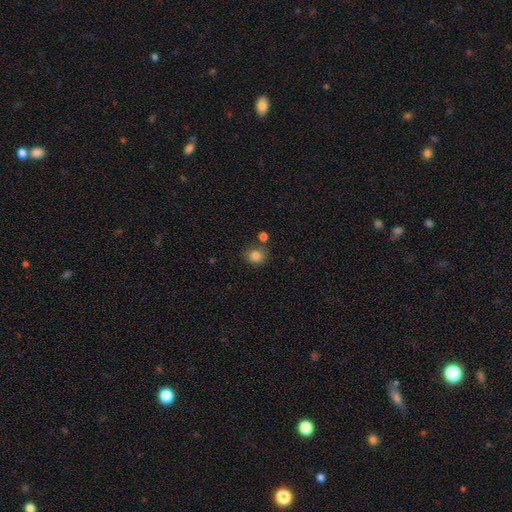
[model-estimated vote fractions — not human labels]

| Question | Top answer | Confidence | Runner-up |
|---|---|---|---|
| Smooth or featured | smooth | 84% | star or artifact (11%) |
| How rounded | round | 79% | in between (20%) |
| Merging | none | 70% | minor disturbance (14%) |